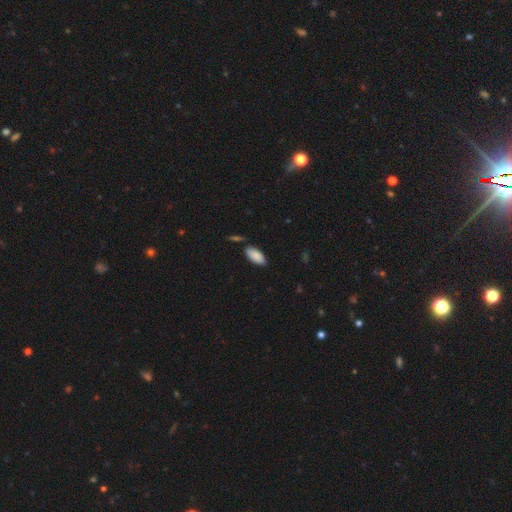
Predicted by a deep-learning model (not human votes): A smooth galaxy with no disk features (88%) that is in between round and cigar-shaped (92%).

Vote fractions:
- Smooth or featured? smooth: 88% / star or artifact: 6% / featured or disk: 6%
- How rounded? in between: 92% / cigar-shaped: 7% / round: 2%
- Merging? none: 78% / minor disturbance: 14% / merger: 5% / major disturbance: 3%